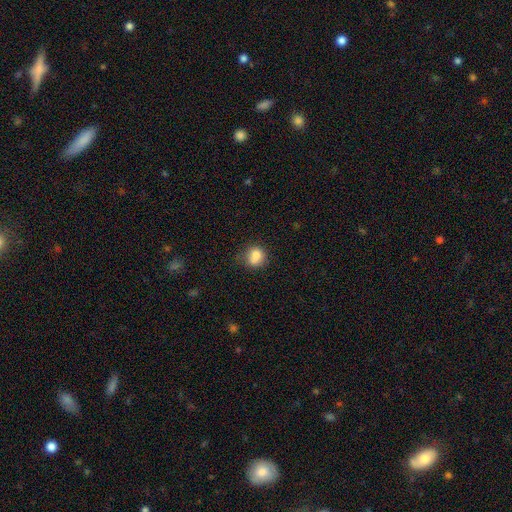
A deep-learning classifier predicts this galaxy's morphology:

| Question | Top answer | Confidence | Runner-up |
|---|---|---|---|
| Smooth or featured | smooth | 81% | star or artifact (10%) |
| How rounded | round | 76% | in between (23%) |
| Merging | none | 59% | minor disturbance (21%) |